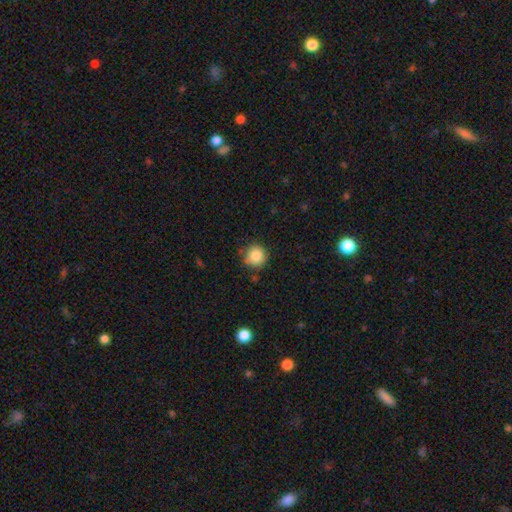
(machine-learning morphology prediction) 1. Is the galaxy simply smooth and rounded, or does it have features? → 86% smooth, 9% star or artifact, 5% featured or disk.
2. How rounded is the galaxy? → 92% round, 7% in between, 1% cigar-shaped.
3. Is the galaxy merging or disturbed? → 81% none, 14% minor disturbance, 3% major disturbance, 2% merger.